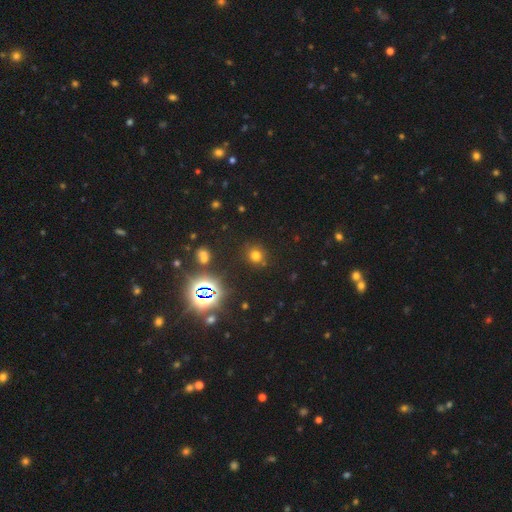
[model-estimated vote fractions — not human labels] Smooth or featured? Predicted: smooth (p=0.66). How rounded? Predicted: round (p=0.85). Merging? Predicted: none (p=0.83).